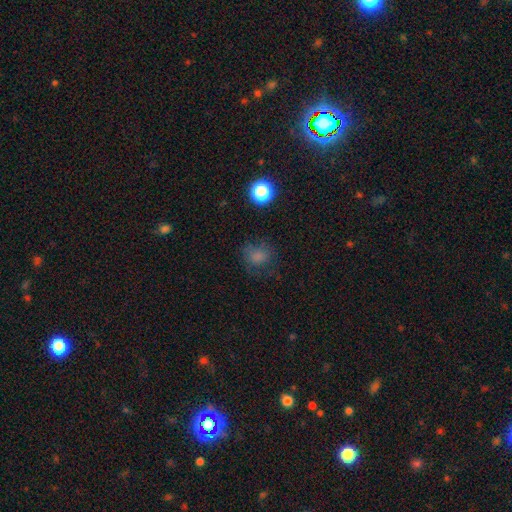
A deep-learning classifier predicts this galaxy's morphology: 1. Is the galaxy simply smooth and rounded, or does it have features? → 66% smooth, 23% star or artifact, 12% featured or disk.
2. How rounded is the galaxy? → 73% round, 26% in between, 1% cigar-shaped.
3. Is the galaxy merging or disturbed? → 69% none, 18% minor disturbance, 11% major disturbance, 2% merger.